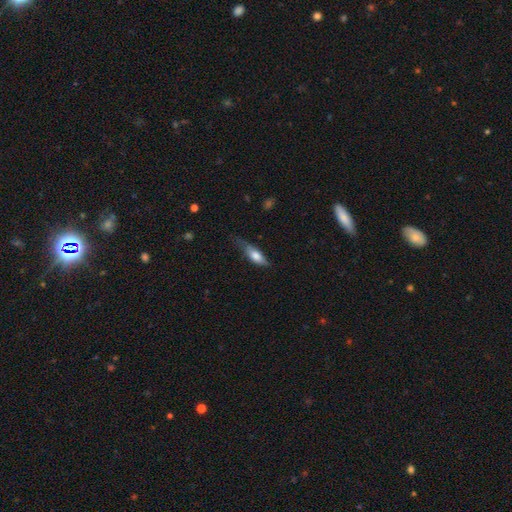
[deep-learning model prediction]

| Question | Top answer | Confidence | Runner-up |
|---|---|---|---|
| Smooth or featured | smooth | 68% | featured or disk (25%) |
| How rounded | in between | 60% | cigar-shaped (38%) |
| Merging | none | 43% | minor disturbance (38%) |